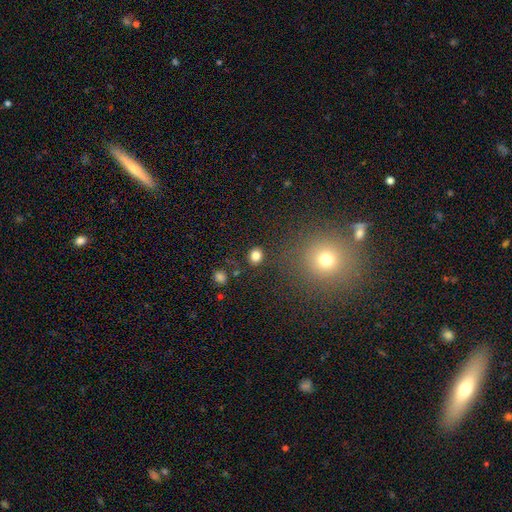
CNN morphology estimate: A smooth galaxy with no disk features (82%) that is round (78%). Merging: none (86%).